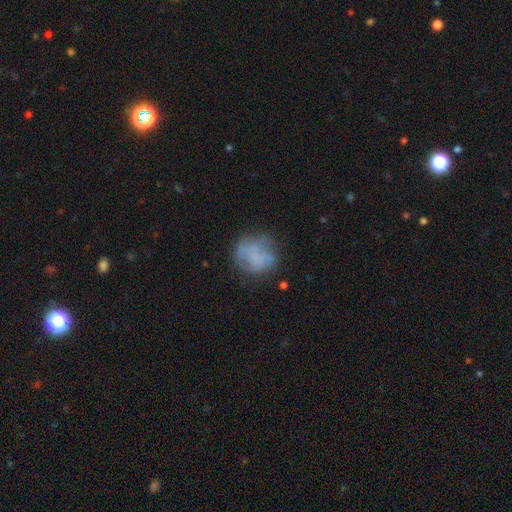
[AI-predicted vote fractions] Smooth or featured? smooth (53%)
How rounded? round (79%)
Merging? none (57%)